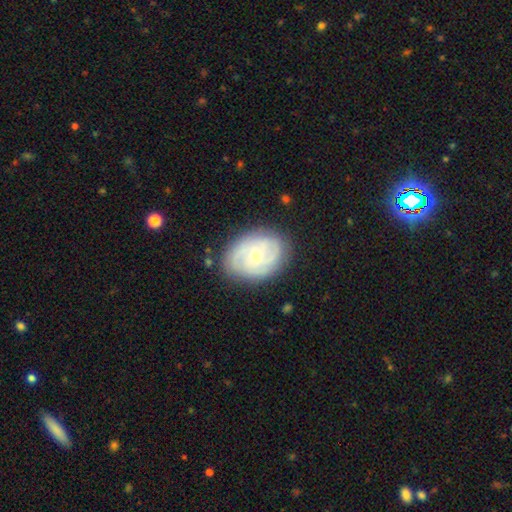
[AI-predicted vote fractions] This is likely a featured or disk galaxy (76%). It is clearly not viewed edge-on (97%). Bar: likely no (62%). Spiral arm pattern: clearly yes (91%). Spiral arm count: marginally 2 (32%). Spiral winding: possibly tight (57%). Central bulge: possibly small (56%). Merging: likely none (80%).